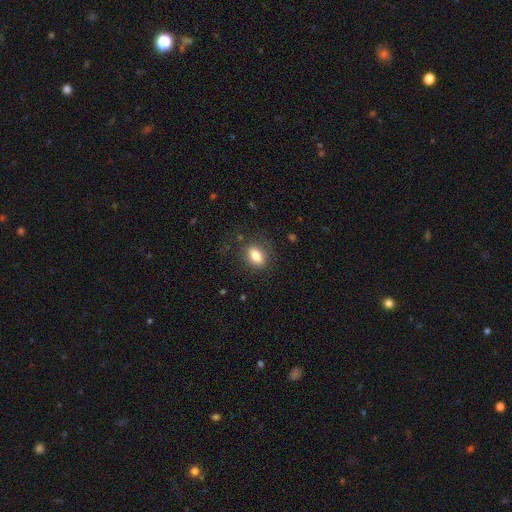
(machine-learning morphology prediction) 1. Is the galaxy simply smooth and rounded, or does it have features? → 79% smooth, 12% featured or disk, 9% star or artifact.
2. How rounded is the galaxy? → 77% in between, 19% round, 3% cigar-shaped.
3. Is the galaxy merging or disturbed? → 82% none, 12% minor disturbance, 4% major disturbance, 1% merger.